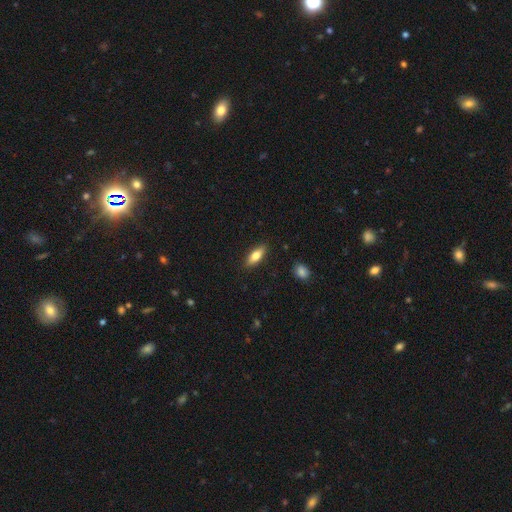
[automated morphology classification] This is likely a smooth galaxy (73%). How rounded: likely in between (68%). Merging: clearly none (87%).